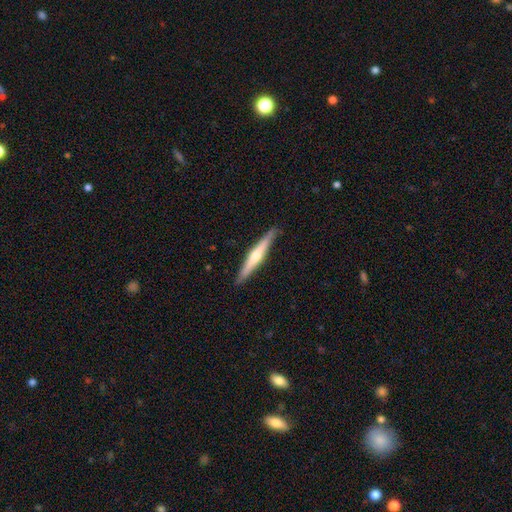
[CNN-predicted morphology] This is likely a featured or disk galaxy (61%). It is clearly viewed edge-on (97%). Edge-on bulge: clearly rounded (82%). Merging: clearly none (89%).